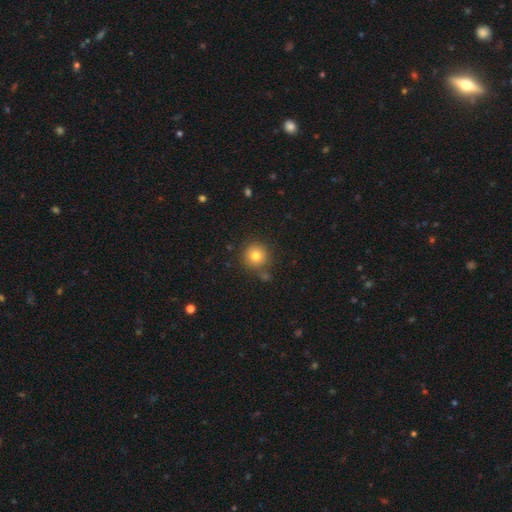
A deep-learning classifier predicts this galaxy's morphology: smooth_or_featured: smooth (p=0.80) [alt: star or artifact p=0.11]
how_rounded: round (p=0.94) [alt: in between p=0.05]
merging: none (p=0.81) [alt: minor disturbance p=0.09]